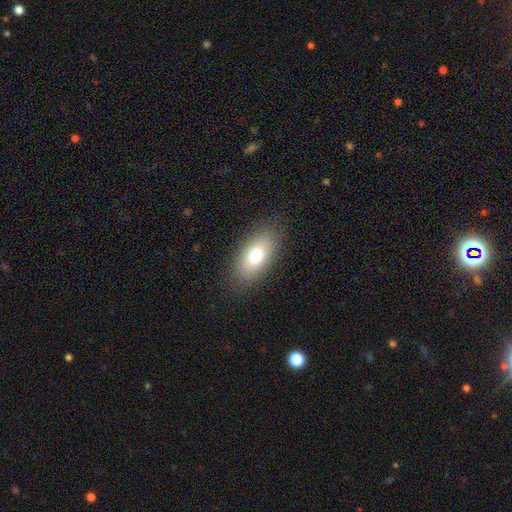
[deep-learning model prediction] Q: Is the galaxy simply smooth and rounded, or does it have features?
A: smooth — 76%.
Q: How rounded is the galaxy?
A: in between — 89%.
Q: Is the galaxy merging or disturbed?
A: none — 85%.